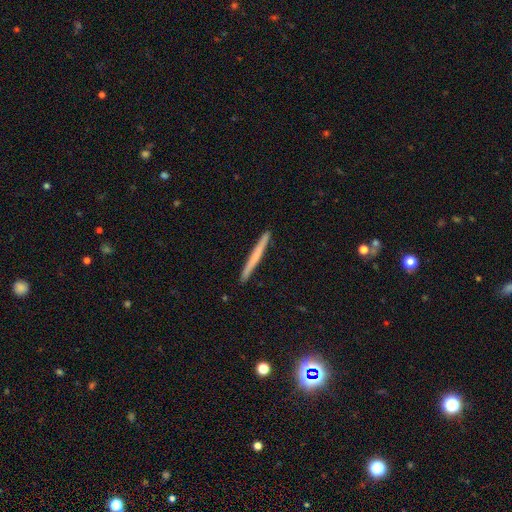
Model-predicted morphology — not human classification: A smooth galaxy with no disk features (55%) that is cigar-shaped (97%).

Vote fractions:
- Smooth or featured? smooth: 55% / featured or disk: 39% / star or artifact: 6%
- How rounded? cigar-shaped: 97% / in between: 2% / round: 1%
- Merging? none: 93% / minor disturbance: 5% / major disturbance: 1% / merger: 1%